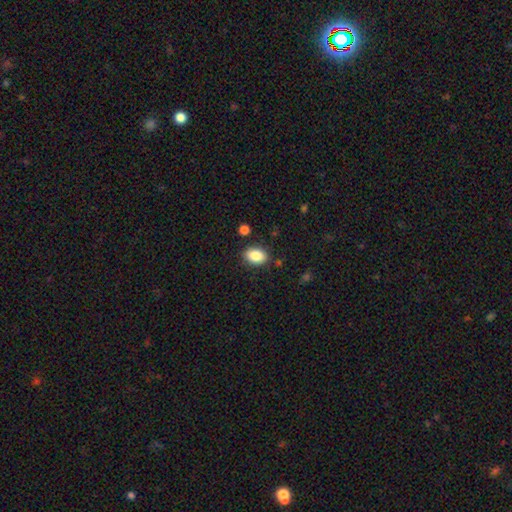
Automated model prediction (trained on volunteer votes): Overall: smooth (86%). How rounded: in between (84%). Merging: none (84%).